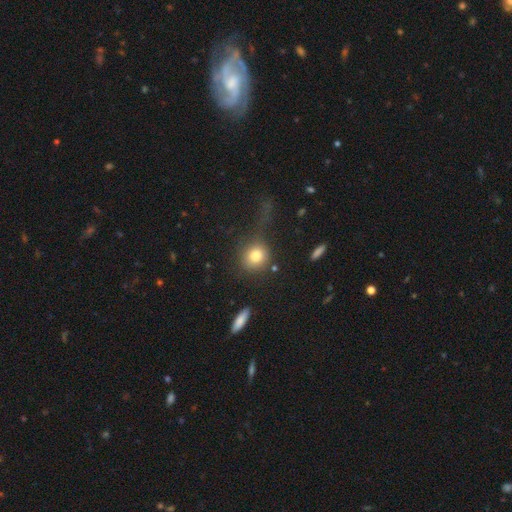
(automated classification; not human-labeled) This appears to be a smooth galaxy with no disk features (81%) that is round (82%). Merging: none (57%).